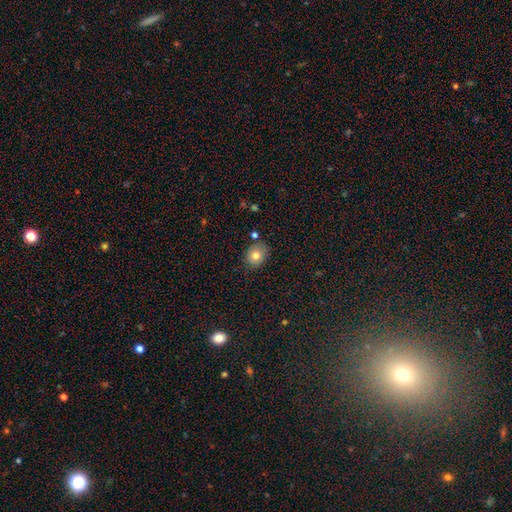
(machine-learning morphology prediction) smooth-or-featured: smooth: 79% | featured or disk: 11% | star or artifact: 10%
  how-rounded: round: 60% | in between: 39% | cigar-shaped: 1%
  merging: none: 78% | minor disturbance: 14% | merger: 5% | major disturbance: 3%